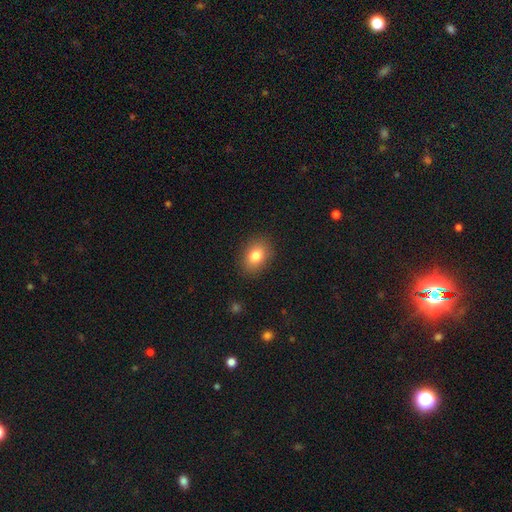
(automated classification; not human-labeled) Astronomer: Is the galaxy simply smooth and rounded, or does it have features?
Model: smooth — 81%.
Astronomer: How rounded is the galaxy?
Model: in between — 70%.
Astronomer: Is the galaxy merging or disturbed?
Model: none — 88%.